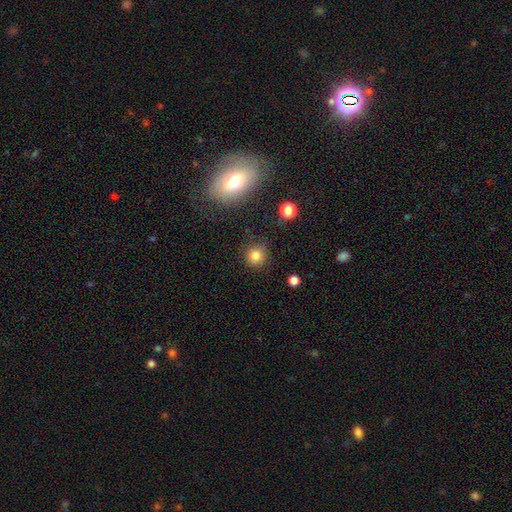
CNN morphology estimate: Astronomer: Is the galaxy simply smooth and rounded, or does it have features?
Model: smooth — 82%.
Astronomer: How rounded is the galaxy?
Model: round — 91%.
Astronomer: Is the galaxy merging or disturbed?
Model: none — 85%.